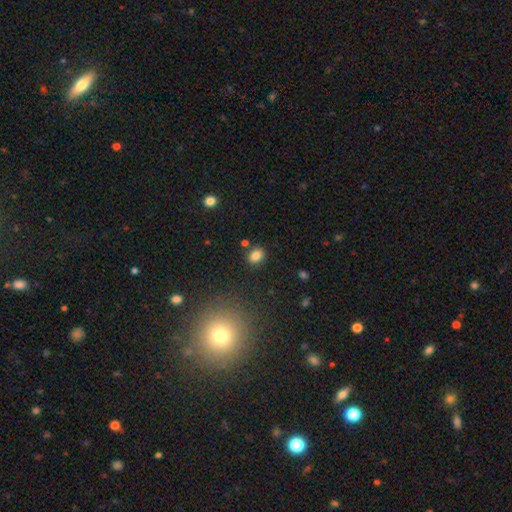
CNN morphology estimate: The model was most divided on "how rounded": in between: 58%, round: 41%, cigar-shaped: 1%. More confident: merging — none (84%); smooth or featured — smooth (83%).